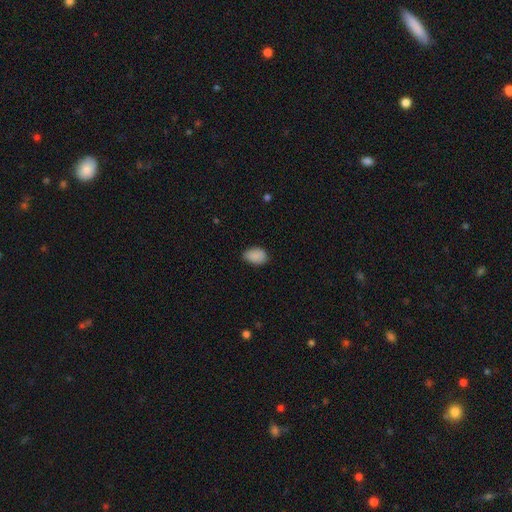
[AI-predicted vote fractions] smooth 89%, star or artifact 8%, featured or disk 3%. Down the decision tree: how rounded — in between (87%); merging — none (77%).